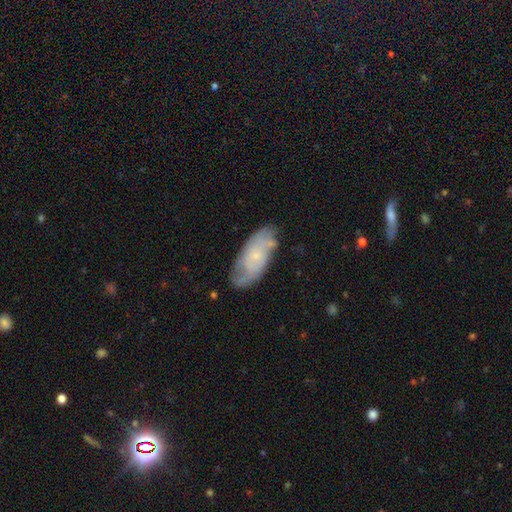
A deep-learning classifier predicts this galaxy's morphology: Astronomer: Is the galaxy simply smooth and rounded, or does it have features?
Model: featured or disk — 63%.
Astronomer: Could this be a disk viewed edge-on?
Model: no — 91%.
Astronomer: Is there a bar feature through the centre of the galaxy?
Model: no — 75%.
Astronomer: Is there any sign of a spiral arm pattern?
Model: yes — 86%.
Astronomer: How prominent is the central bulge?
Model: small — 77%.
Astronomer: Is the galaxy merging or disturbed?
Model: none — 69%.